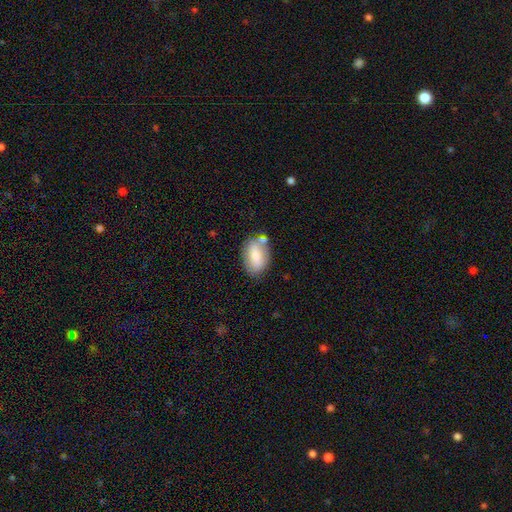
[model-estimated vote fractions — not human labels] The model was most divided on "merging": none: 65%, minor disturbance: 19%, merger: 11%, major disturbance: 5%. More confident: how rounded — in between (91%); smooth or featured — smooth (75%).